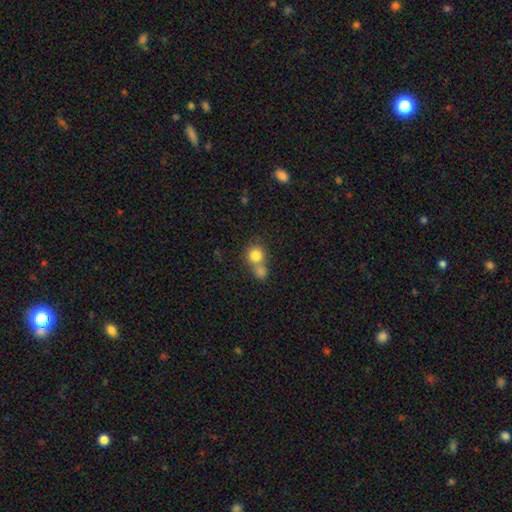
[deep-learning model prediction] The model was most divided on "merging": merger: 52%, none: 38%, minor disturbance: 7%, major disturbance: 3%. More confident: how rounded — round (85%); smooth or featured — smooth (81%).